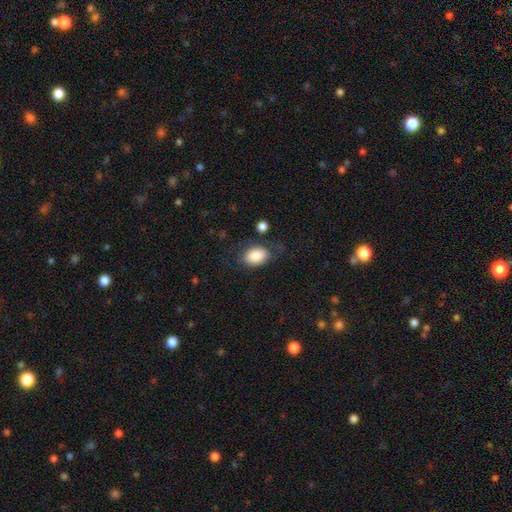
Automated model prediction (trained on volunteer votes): Q: Smooth or featured?
A: smooth (84%); runner-up: featured or disk (8%)
Q: How rounded?
A: in between (82%); runner-up: round (17%)
Q: Merging?
A: none (72%); runner-up: minor disturbance (17%)